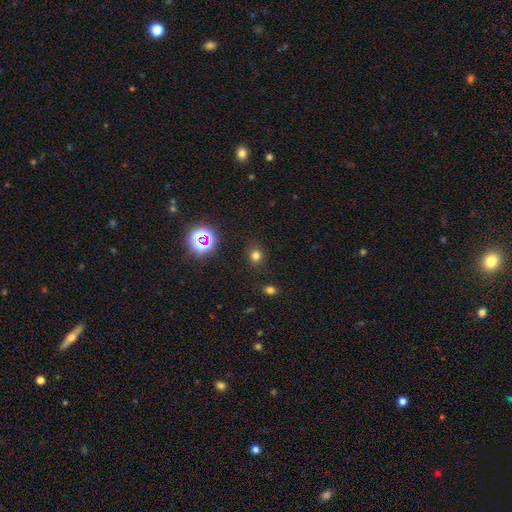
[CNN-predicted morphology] Smooth or featured: smooth — 72% (star or artifact — 22%)
How rounded: round — 81% (in between — 18%)
Merging: none — 87% (minor disturbance — 9%)